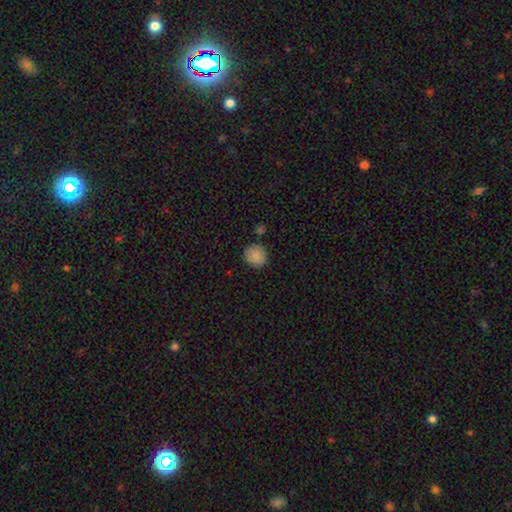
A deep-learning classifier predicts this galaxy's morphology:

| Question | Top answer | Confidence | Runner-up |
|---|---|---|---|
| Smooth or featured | smooth | 88% | star or artifact (9%) |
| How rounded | round | 87% | in between (12%) |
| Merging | none | 84% | minor disturbance (10%) |